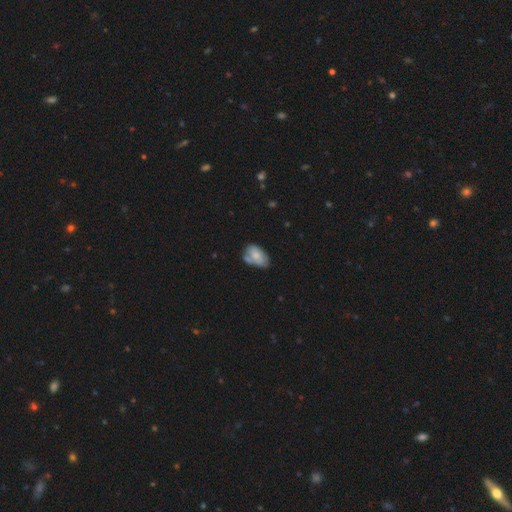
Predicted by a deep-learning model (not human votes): Q: Smooth or featured?
A: smooth (69%); runner-up: featured or disk (24%)
Q: How rounded?
A: in between (91%); runner-up: round (7%)
Q: Merging?
A: none (42%); runner-up: minor disturbance (29%)